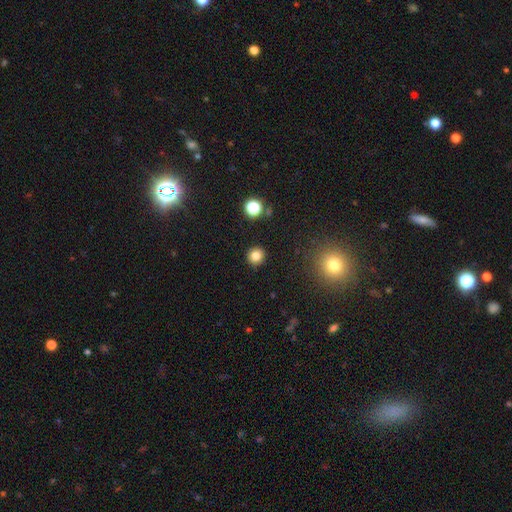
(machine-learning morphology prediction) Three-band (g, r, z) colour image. It shows a smooth galaxy with no disk features (82%) that is round (90%). Merging: none (91%).